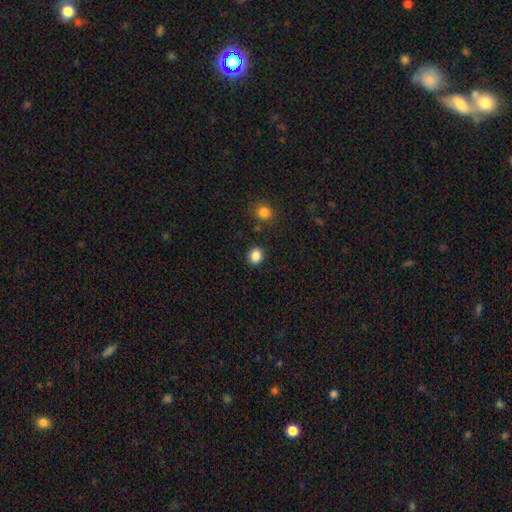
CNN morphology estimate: Overall: smooth (87%). How rounded: round (72%). Merging: none (87%).